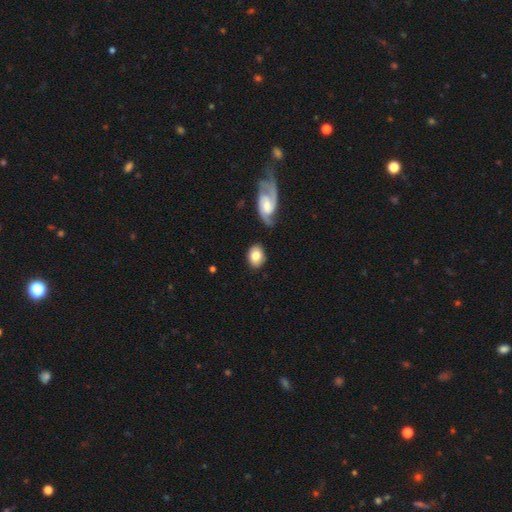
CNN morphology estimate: The model was most divided on "how rounded": in between: 64%, round: 35%, cigar-shaped: 1%. More confident: merging — none (77%); smooth or featured — smooth (75%).